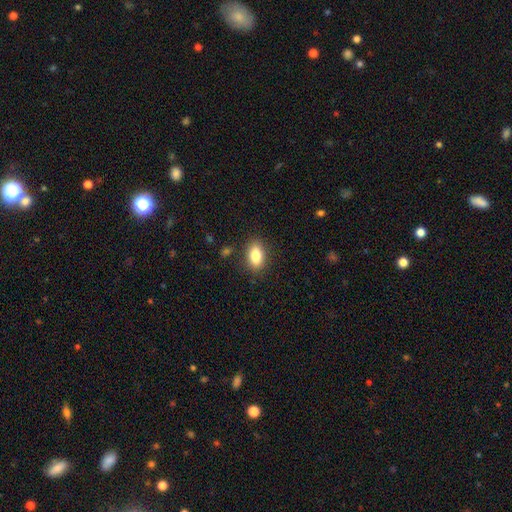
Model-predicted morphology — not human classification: A smooth galaxy with no disk features (85%) that is in between round and cigar-shaped (89%).

Vote fractions:
- Smooth or featured? smooth: 85% / star or artifact: 8% / featured or disk: 7%
- How rounded? in between: 89% / round: 8% / cigar-shaped: 3%
- Merging? none: 86% / minor disturbance: 10% / major disturbance: 3% / merger: 1%